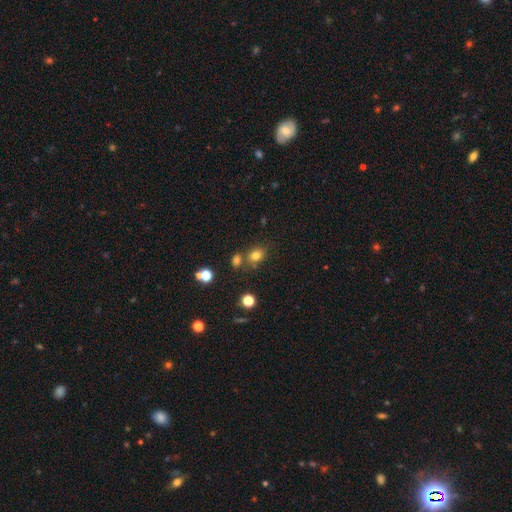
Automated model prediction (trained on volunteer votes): Smooth or featured: smooth — 76% (star or artifact — 16%)
How rounded: round — 51% (in between — 48%)
Merging: none — 65% (merger — 18%)